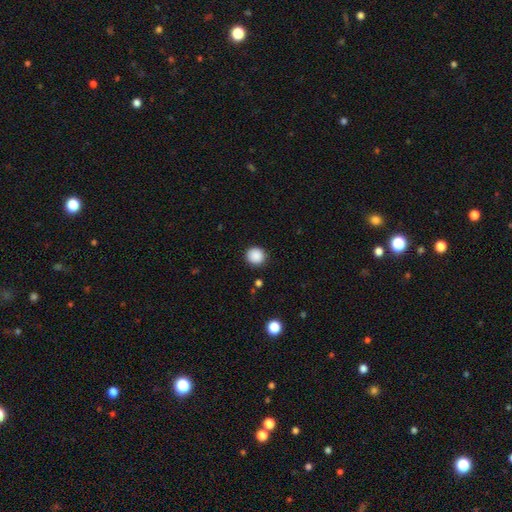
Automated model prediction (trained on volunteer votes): Smooth or featured: smooth — 89% (star or artifact — 9%)
How rounded: round — 92% (in between — 7%)
Merging: none — 90% (minor disturbance — 7%)